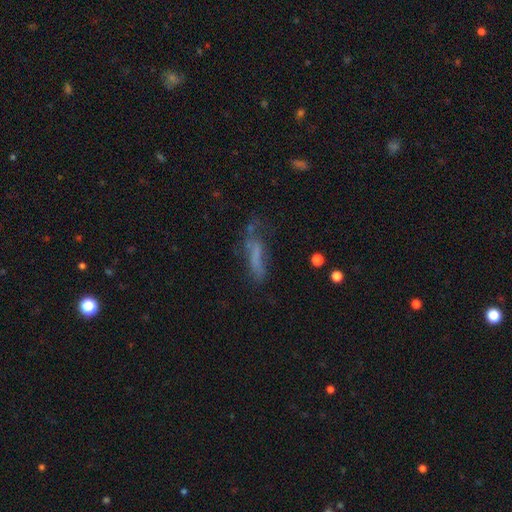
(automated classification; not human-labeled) Q: Smooth or featured?
A: smooth (49%); runner-up: featured or disk (35%)
Q: Merging?
A: none (40%); runner-up: major disturbance (27%)